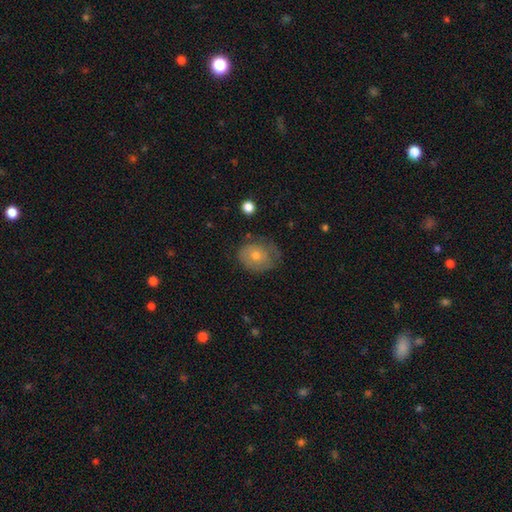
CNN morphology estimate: smooth-or-featured: smooth: 51% | featured or disk: 40% | star or artifact: 9%
  how-rounded: round: 59% | in between: 40% | cigar-shaped: 1%
  merging: none: 62% | minor disturbance: 26% | major disturbance: 11% | merger: 1%